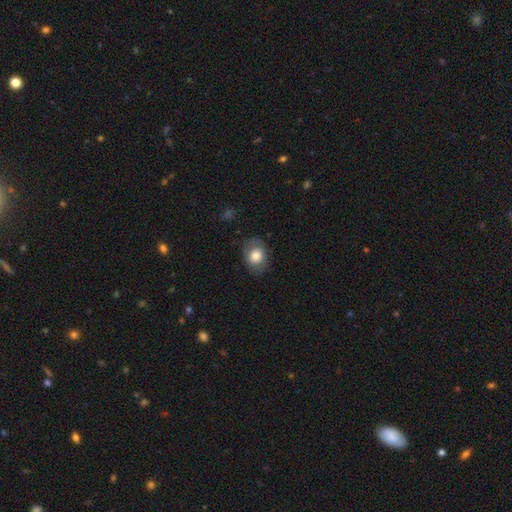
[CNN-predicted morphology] type=smooth (77%); roundness=in between (61%); merging=none (76%).